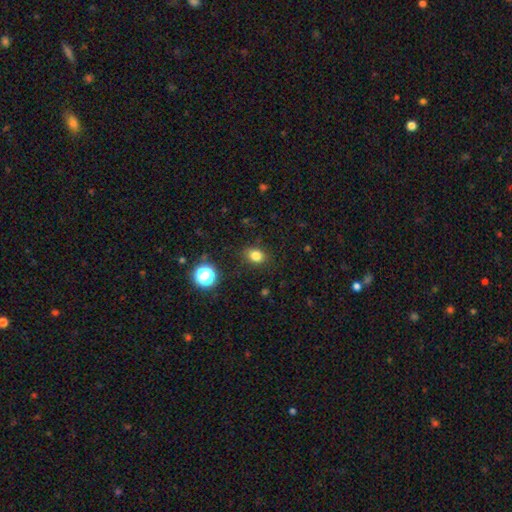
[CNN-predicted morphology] This appears to be a smooth galaxy with no disk features (80%) that is in between round and cigar-shaped (54%). Merging: none (85%).